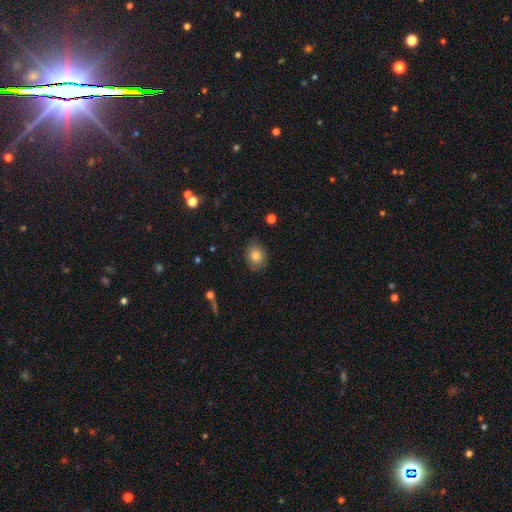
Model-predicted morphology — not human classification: This is clearly a smooth galaxy (82%). How rounded: likely in between (62%). Merging: clearly none (82%).